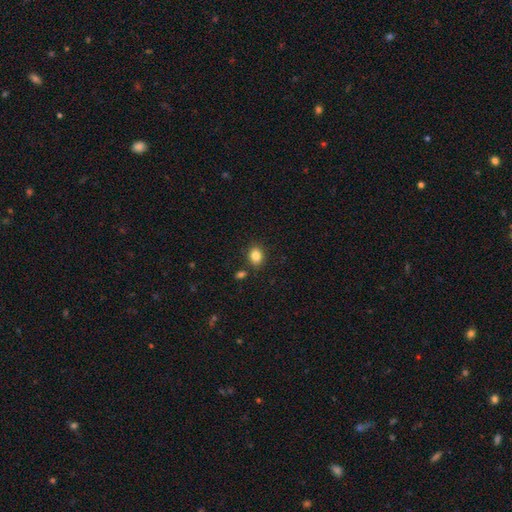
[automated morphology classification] smooth-or-featured: smooth: 84% | star or artifact: 10% | featured or disk: 6%
  how-rounded: round: 51% | in between: 48% | cigar-shaped: 1%
  merging: none: 83% | minor disturbance: 10% | merger: 5% | major disturbance: 3%